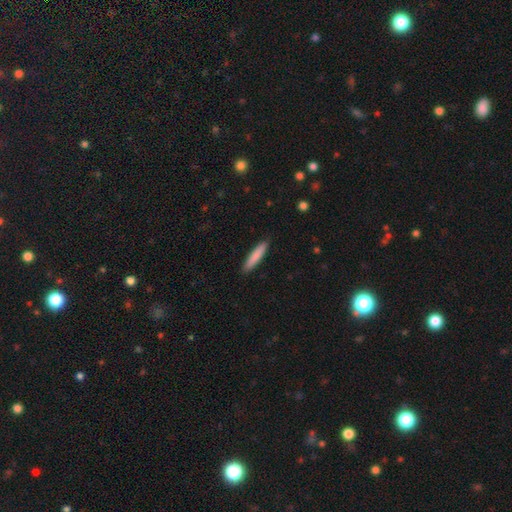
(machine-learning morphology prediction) This appears to be a smooth galaxy with no disk features (84%) that is cigar-shaped (89%). Merging: none (90%).